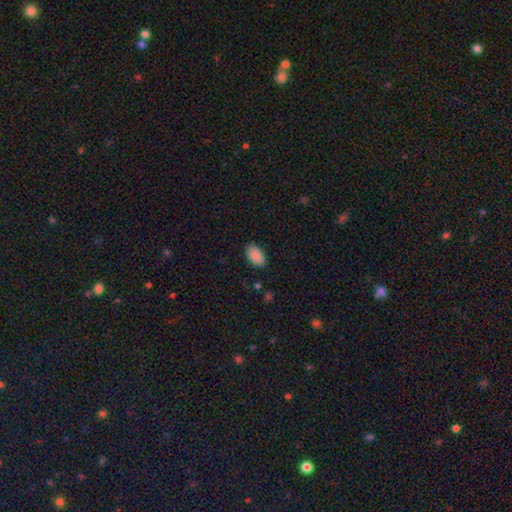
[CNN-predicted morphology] Q: Smooth or featured?
A: smooth (88%); runner-up: star or artifact (7%)
Q: How rounded?
A: in between (94%); runner-up: round (5%)
Q: Merging?
A: none (85%); runner-up: minor disturbance (11%)